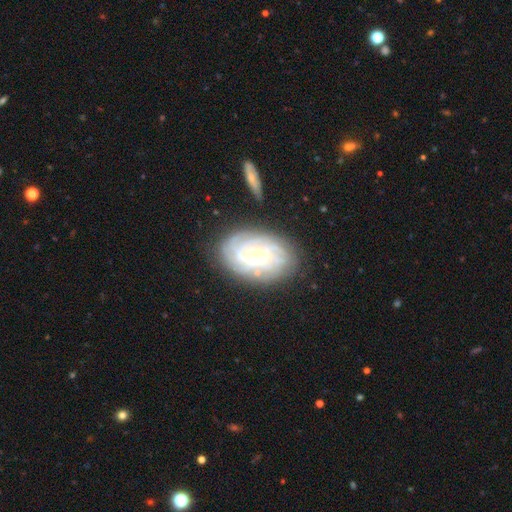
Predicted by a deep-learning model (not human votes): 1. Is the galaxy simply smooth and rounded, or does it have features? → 77% featured or disk, 16% smooth, 8% star or artifact.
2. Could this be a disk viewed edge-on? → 96% no, 4% yes.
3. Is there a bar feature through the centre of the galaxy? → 66% no, 28% weak, 6% strong.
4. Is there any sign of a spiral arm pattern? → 92% yes, 8% no.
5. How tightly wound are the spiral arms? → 76% tight, 19% medium, 5% loose.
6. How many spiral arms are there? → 41% can't tell, 19% 4, 13% more than 4, 12% 3, 9% 2, 5% 1.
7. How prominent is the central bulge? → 71% small, 24% moderate, 2% large, 2% none, 1% dominant.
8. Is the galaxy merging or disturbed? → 76% none, 16% minor disturbance, 5% major disturbance, 3% merger.